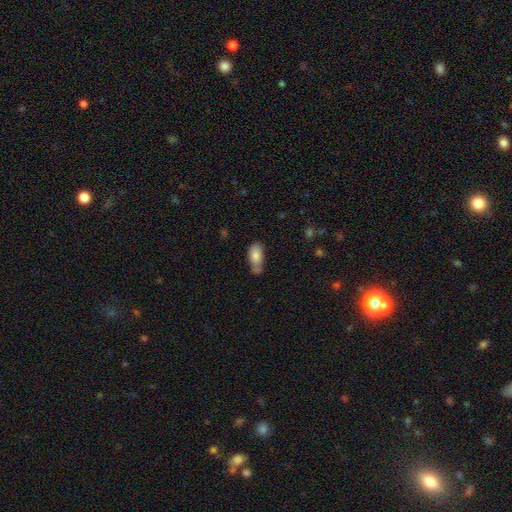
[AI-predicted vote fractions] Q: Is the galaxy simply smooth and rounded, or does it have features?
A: smooth — 80%.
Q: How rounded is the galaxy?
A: in between — 91%.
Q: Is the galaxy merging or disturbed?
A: none — 49%.